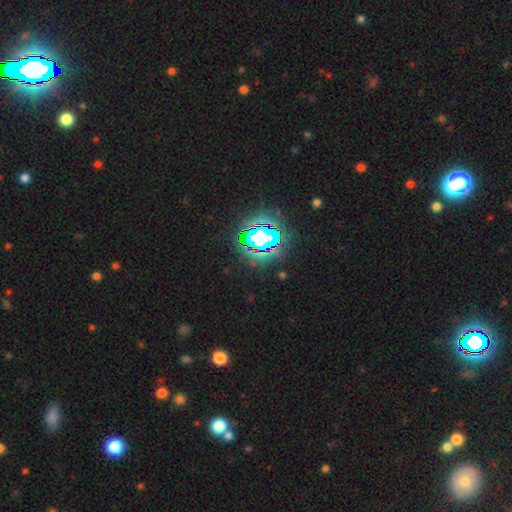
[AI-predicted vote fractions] smooth_or_featured: star or artifact (p=0.82) [alt: smooth p=0.11]